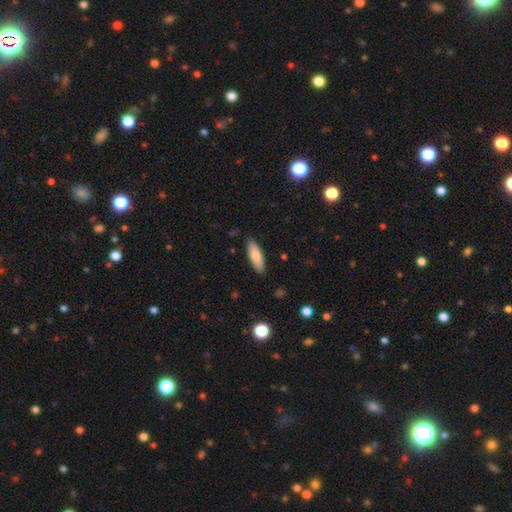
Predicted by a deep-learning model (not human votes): A smooth galaxy with no disk features (77%) that is in between round and cigar-shaped (57%). Merging: none (88%).